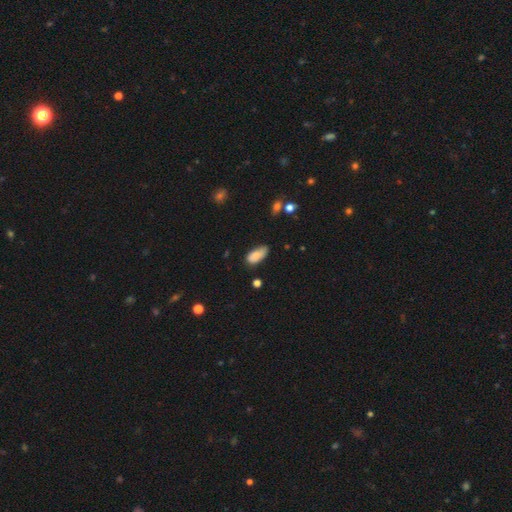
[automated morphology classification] smooth 82%, featured or disk 10%, star or artifact 8%. Down the decision tree: how rounded — in between (90%); merging — none (53%).